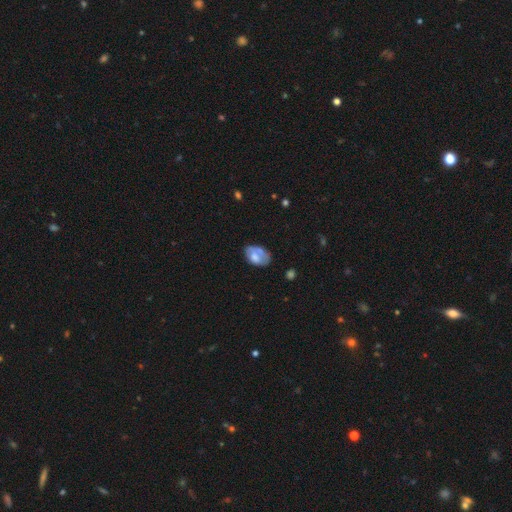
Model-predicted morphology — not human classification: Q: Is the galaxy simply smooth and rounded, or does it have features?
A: smooth — 57%.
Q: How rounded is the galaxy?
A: in between — 88%.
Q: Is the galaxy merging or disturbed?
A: none — 45%.